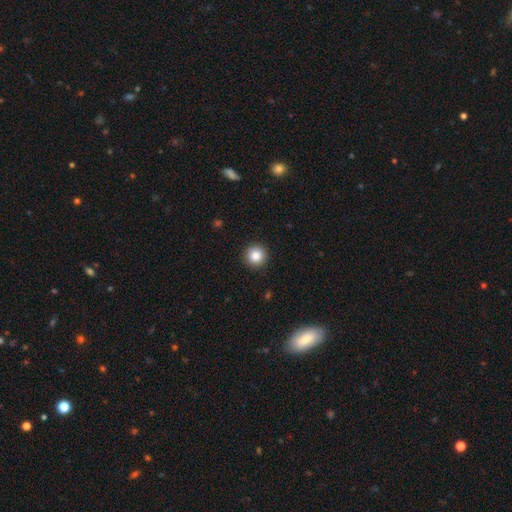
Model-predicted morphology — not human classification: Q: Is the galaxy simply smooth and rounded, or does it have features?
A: smooth — 85%.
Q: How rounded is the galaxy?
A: round — 95%.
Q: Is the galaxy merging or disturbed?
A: none — 92%.